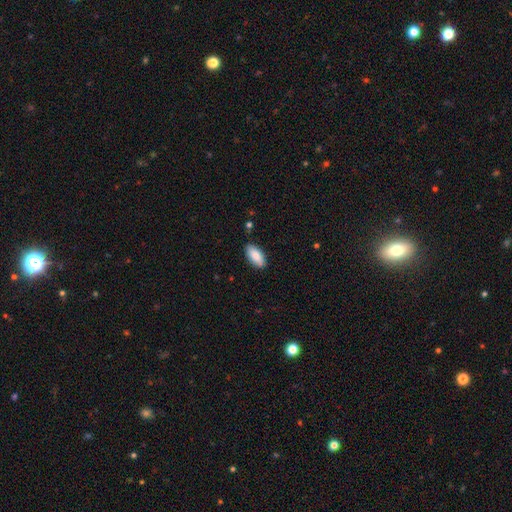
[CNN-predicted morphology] Q: Smooth or featured?
A: smooth (86%); runner-up: featured or disk (8%)
Q: How rounded?
A: in between (92%); runner-up: cigar-shaped (6%)
Q: Merging?
A: none (85%); runner-up: minor disturbance (11%)